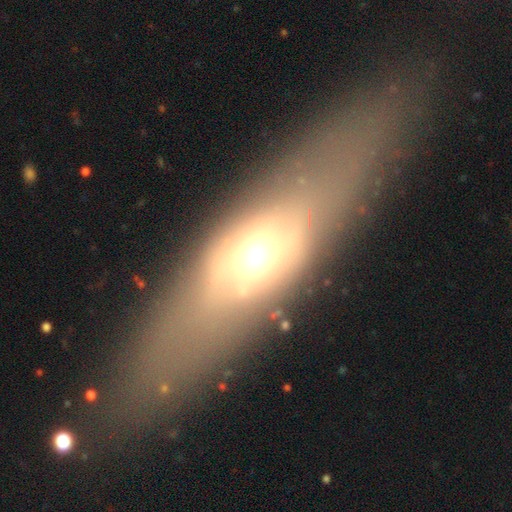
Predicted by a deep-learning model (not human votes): Smooth or featured? Predicted: featured or disk (p=0.52). Edge-on disk? Predicted: yes (p=0.53). Merging? Predicted: none (p=0.79).